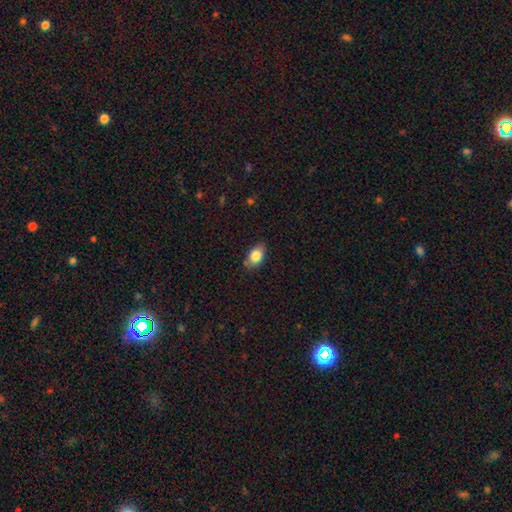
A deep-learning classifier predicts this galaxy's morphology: Smooth or featured?
  - smooth: 82% *
  - featured or disk: 10%
  - star or artifact: 8%
How rounded?
  - in between: 86% *
  - round: 11%
  - cigar-shaped: 2%
Merging?
  - none: 80% *
  - minor disturbance: 15%
  - major disturbance: 3%
  - merger: 2%